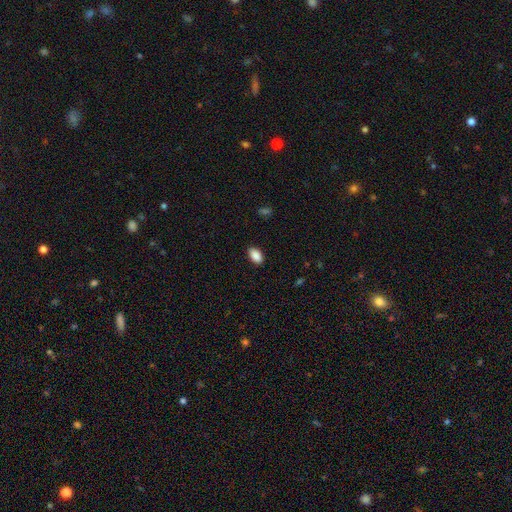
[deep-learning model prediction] smooth-or-featured: smooth: 89% | star or artifact: 7% | featured or disk: 3%
  how-rounded: in between: 93% | round: 5% | cigar-shaped: 2%
  merging: none: 87% | minor disturbance: 10% | major disturbance: 2% | merger: 1%